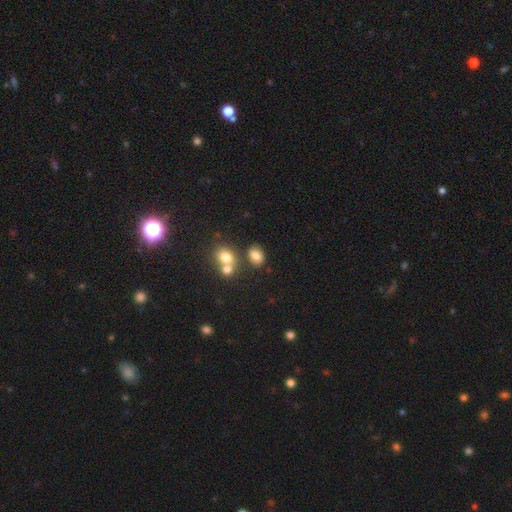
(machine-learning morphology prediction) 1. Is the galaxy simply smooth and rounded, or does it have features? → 79% smooth, 12% star or artifact, 9% featured or disk.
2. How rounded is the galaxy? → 68% in between, 31% round, 1% cigar-shaped.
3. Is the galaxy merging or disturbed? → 64% none, 21% merger, 12% minor disturbance, 4% major disturbance.